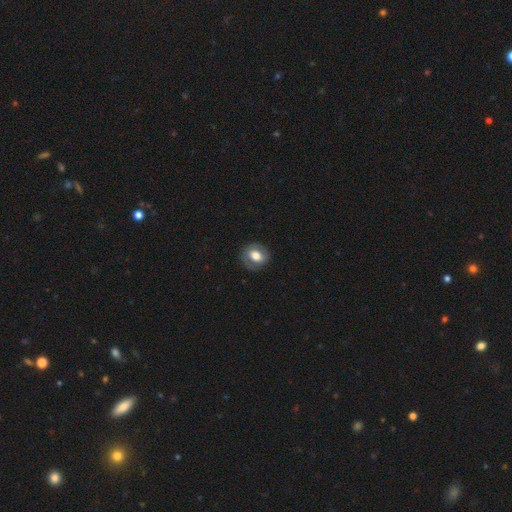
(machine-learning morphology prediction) This is likely a smooth galaxy (62%). How rounded: likely round (62%). Merging: clearly none (82%).